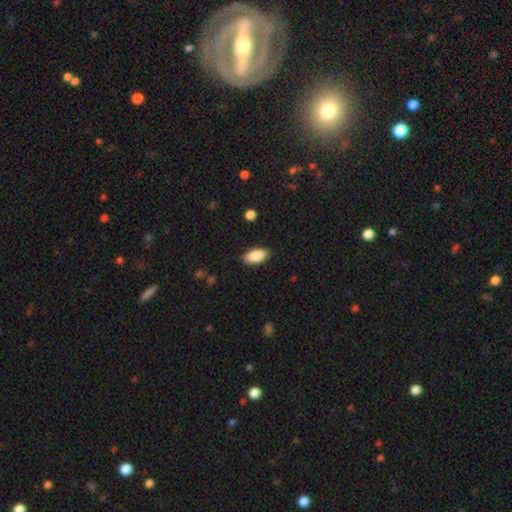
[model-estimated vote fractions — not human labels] smooth-or-featured: smooth: 87% | featured or disk: 6% | star or artifact: 6%
  how-rounded: in between: 90% | cigar-shaped: 8% | round: 2%
  merging: none: 87% | minor disturbance: 10% | major disturbance: 2% | merger: 1%